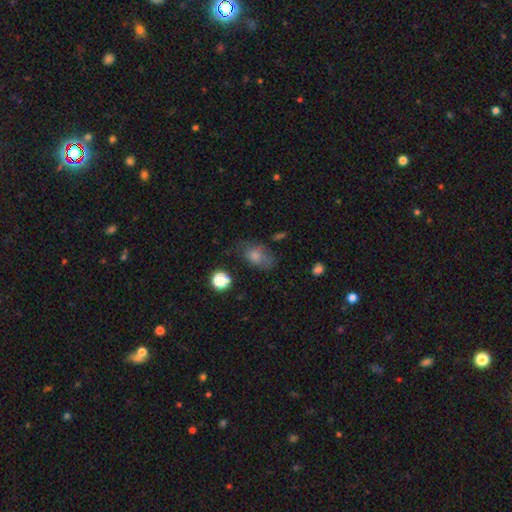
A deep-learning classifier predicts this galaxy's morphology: A smooth galaxy with no disk features (74%) that is in between round and cigar-shaped (82%).

Vote fractions:
- Smooth or featured? smooth: 74% / featured or disk: 13% / star or artifact: 12%
- How rounded? in between: 82% / round: 16% / cigar-shaped: 2%
- Merging? none: 49% / minor disturbance: 30% / major disturbance: 17% / merger: 4%